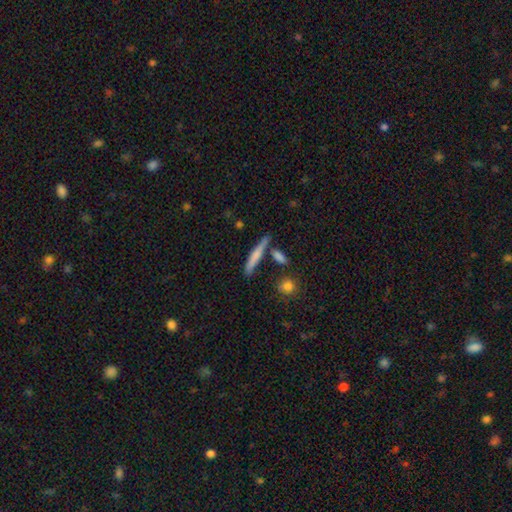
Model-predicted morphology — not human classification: smooth 64%, featured or disk 30%, star or artifact 7%. Down the decision tree: how rounded — cigar-shaped (90%); merging — none (72%).